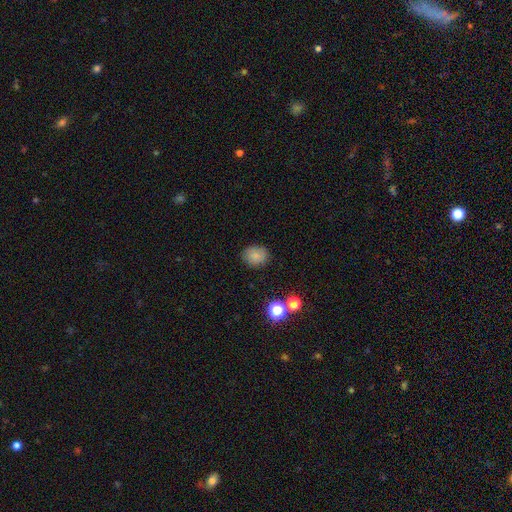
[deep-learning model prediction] smooth-or-featured: smooth: 82% | star or artifact: 11% | featured or disk: 7%
  how-rounded: round: 58% | in between: 41% | cigar-shaped: 1%
  merging: none: 85% | minor disturbance: 10% | major disturbance: 3% | merger: 2%